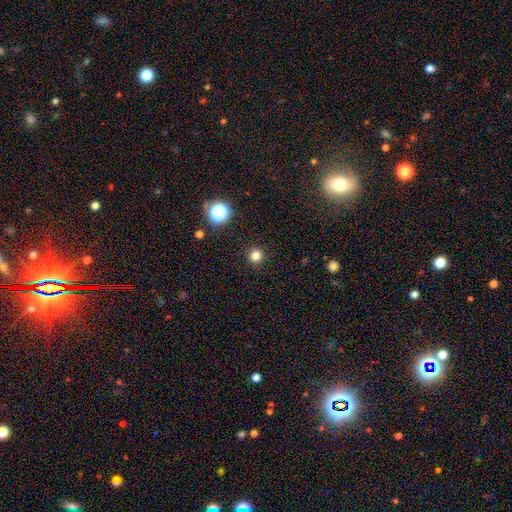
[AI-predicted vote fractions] A smooth galaxy with no disk features (81%) that is round (95%). Merging: none (92%).